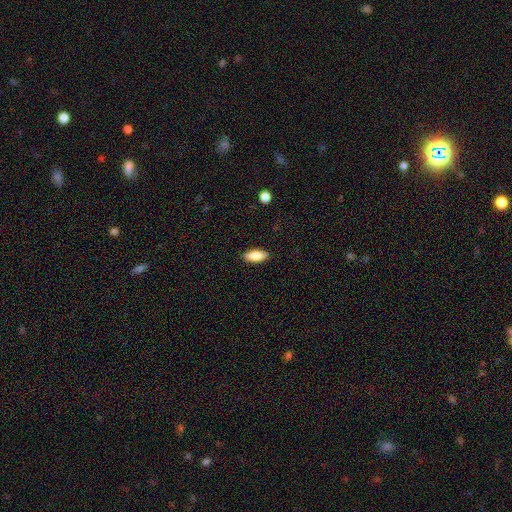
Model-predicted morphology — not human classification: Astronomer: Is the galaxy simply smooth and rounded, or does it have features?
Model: smooth — 83%.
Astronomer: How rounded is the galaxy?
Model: in between — 79%.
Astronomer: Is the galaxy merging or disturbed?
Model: none — 89%.